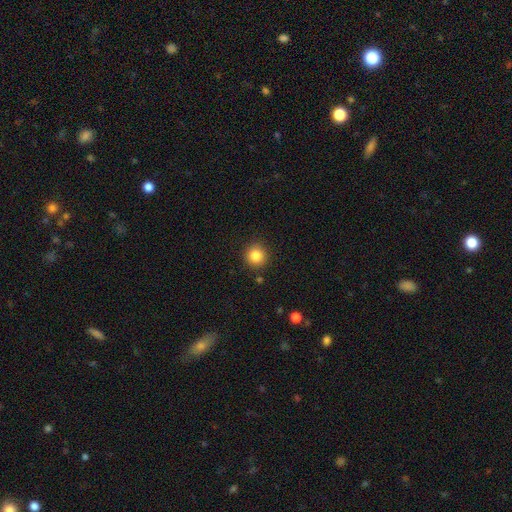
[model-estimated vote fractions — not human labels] This is clearly a smooth galaxy (84%). How rounded: clearly round (93%). Merging: clearly none (89%).